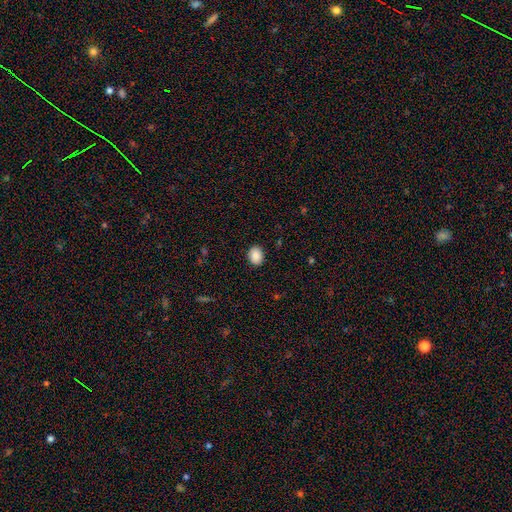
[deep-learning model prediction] This is clearly a smooth galaxy (88%). How rounded: possibly in between (56%). Merging: clearly none (90%).